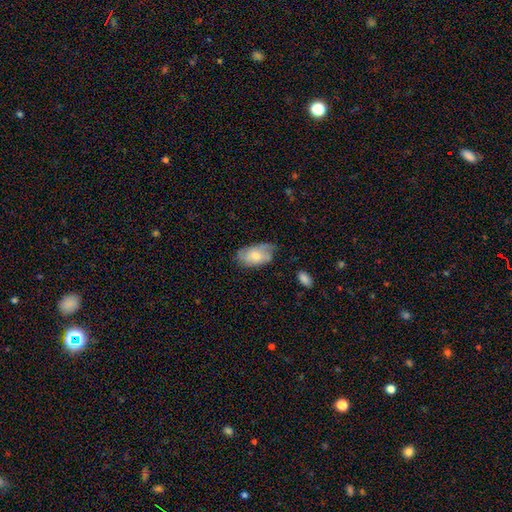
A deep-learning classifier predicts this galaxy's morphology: smooth 59%, featured or disk 34%, star or artifact 7%. Down the decision tree: how rounded — in between (93%); merging — none (55%).